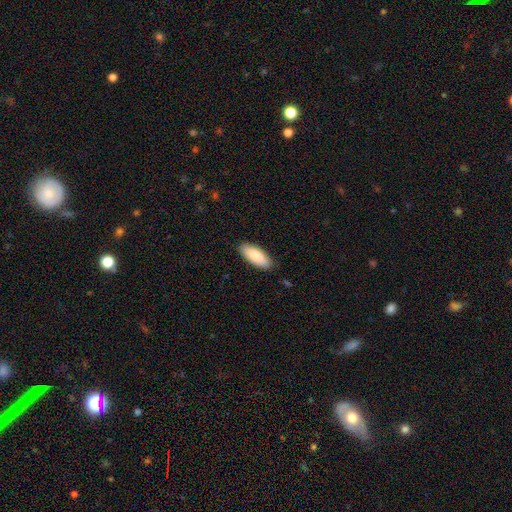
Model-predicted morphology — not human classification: This appears to be a smooth galaxy with no disk features (83%) that is in between round and cigar-shaped (80%). Merging: none (88%).